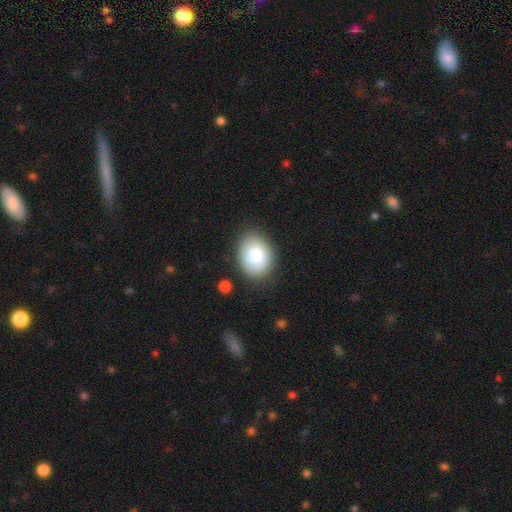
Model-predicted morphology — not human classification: smooth-or-featured: smooth: 81% | featured or disk: 12% | star or artifact: 7%
  how-rounded: in between: 70% | round: 29% | cigar-shaped: 1%
  merging: none: 79% | minor disturbance: 15% | major disturbance: 4% | merger: 2%